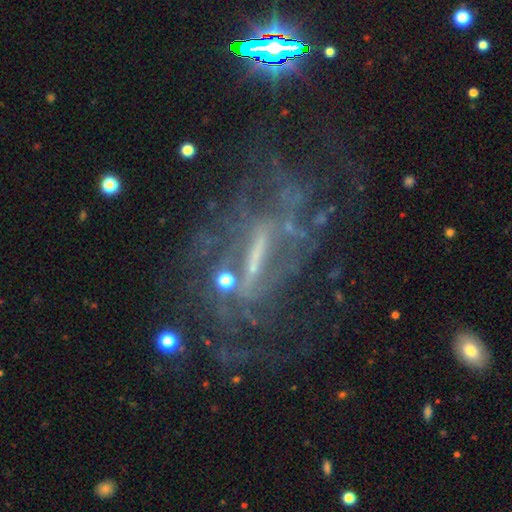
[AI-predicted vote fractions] The model was most divided on "spiral winding": tight: 38%, medium: 35%, loose: 27%. Remaining: edge-on disk — no (85%); smooth or featured — featured or disk (79%); spiral arms — yes (75%); bar — strong (66%); bulge size — small (53%); merging — none (53%); spiral arm count — can't tell (40%).